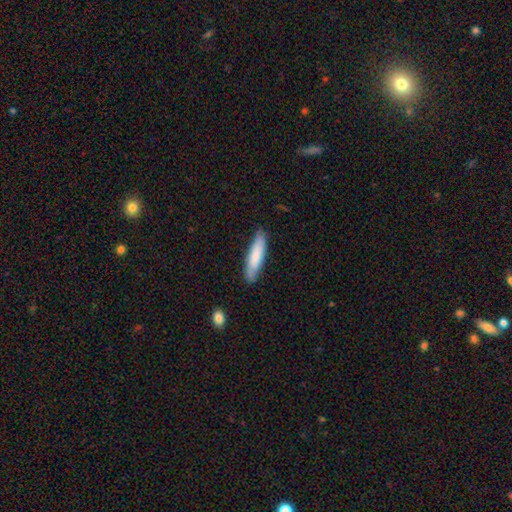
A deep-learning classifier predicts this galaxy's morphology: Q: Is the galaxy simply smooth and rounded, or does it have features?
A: smooth — 77%.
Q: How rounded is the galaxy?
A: cigar-shaped — 79%.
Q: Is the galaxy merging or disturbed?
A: none — 83%.